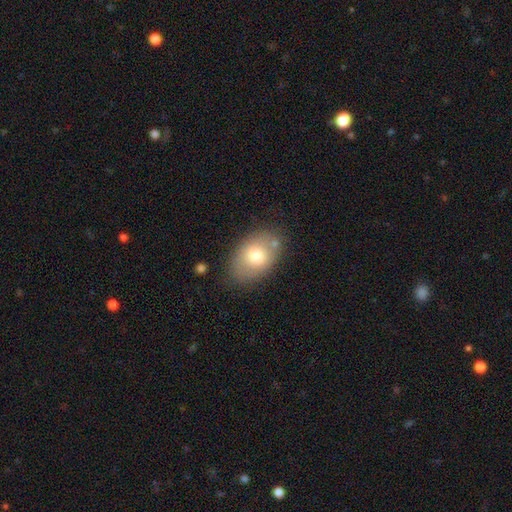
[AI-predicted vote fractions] Smooth or featured: smooth — 74% (featured or disk — 19%)
How rounded: in between — 85% (round — 14%)
Merging: none — 75% (minor disturbance — 15%)